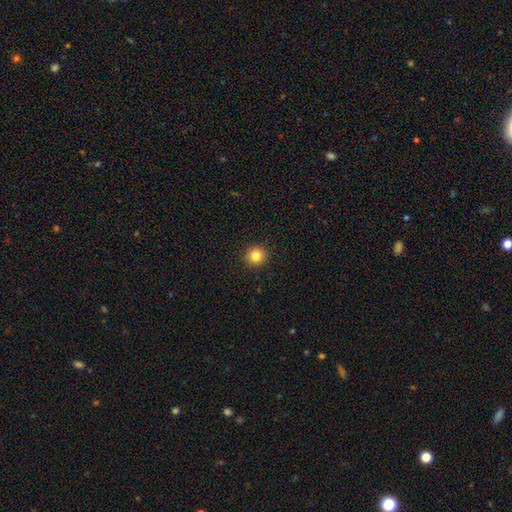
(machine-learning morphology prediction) A smooth galaxy with no disk features (84%) that is round (93%). Merging: none (93%).